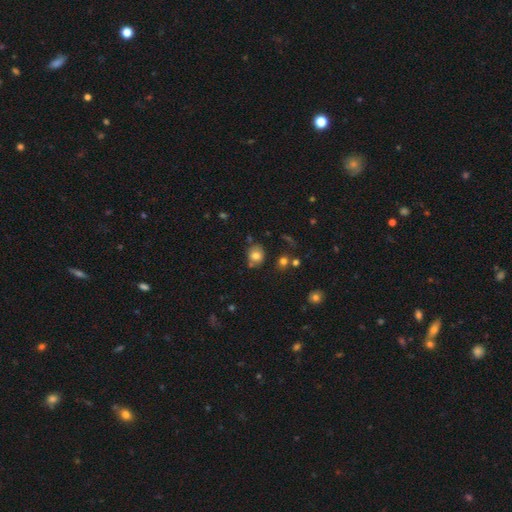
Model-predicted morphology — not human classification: Smooth or featured? Predicted: smooth (p=0.77). How rounded? Predicted: round (p=0.70). Merging? Predicted: none (p=0.69).